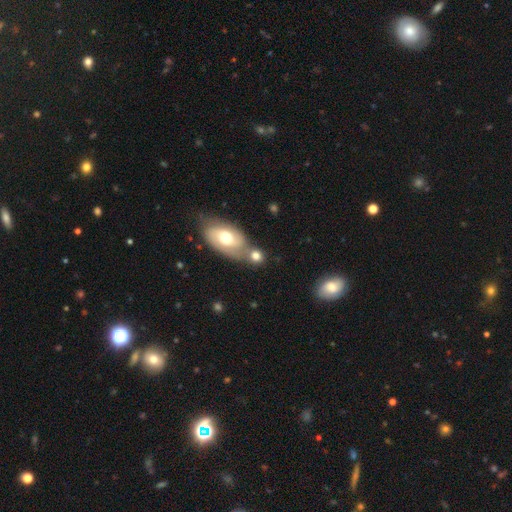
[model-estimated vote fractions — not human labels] A smooth galaxy with no disk features (70%) that is round (55%). Merging: none (43%).